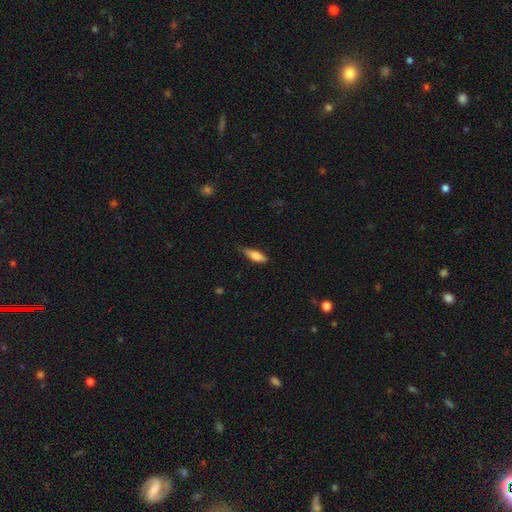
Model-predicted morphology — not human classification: A smooth galaxy with no disk features (79%) that is in between round and cigar-shaped (54%). Merging: none (69%).